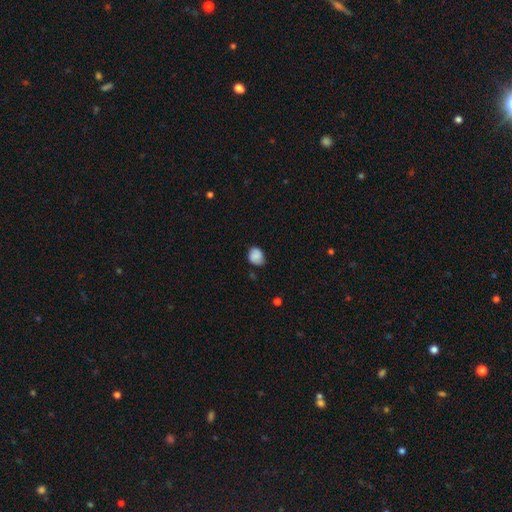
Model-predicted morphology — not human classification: Q: Smooth or featured?
A: smooth (83%); runner-up: star or artifact (9%)
Q: How rounded?
A: round (54%); runner-up: in between (46%)
Q: Merging?
A: none (68%); runner-up: minor disturbance (26%)